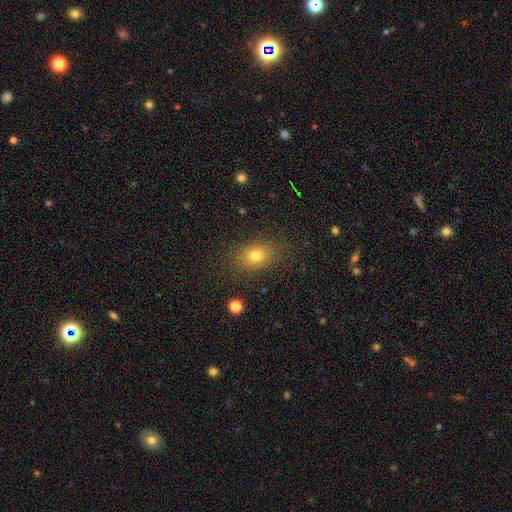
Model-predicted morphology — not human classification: This appears to be a smooth galaxy with no disk features (77%) that is in between round and cigar-shaped (66%). Merging: none (84%).